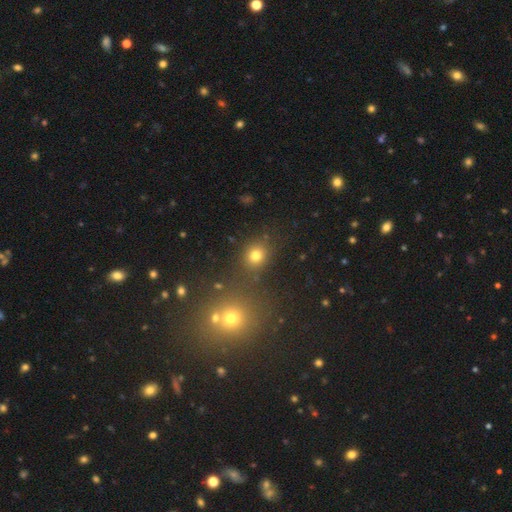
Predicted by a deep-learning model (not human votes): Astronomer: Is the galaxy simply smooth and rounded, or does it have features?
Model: smooth — 75%.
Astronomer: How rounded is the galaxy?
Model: round — 76%.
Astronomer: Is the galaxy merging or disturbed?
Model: none — 75%.